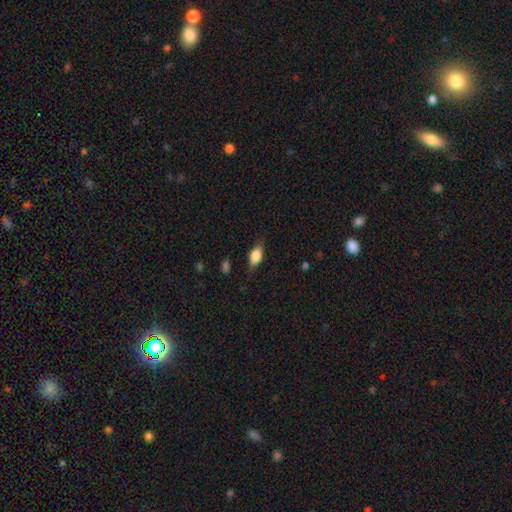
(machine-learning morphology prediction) The model was most divided on "merging": none: 74%, minor disturbance: 20%, major disturbance: 5%, merger: 1%. More confident: how rounded — in between (84%); smooth or featured — smooth (75%).